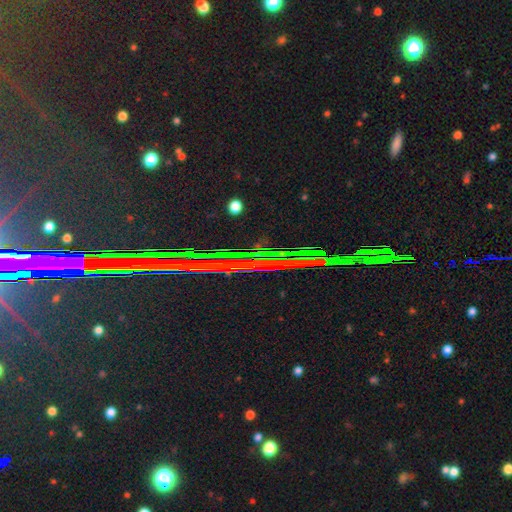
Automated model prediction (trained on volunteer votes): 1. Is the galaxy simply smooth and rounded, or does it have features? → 84% star or artifact, 9% featured or disk, 7% smooth.